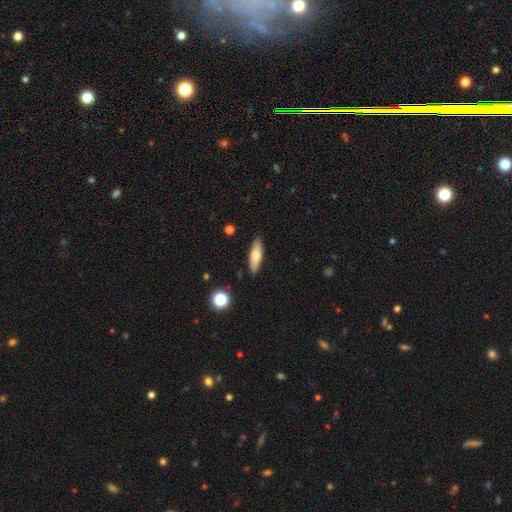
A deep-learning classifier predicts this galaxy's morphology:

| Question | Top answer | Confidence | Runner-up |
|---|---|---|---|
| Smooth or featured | smooth | 72% | featured or disk (22%) |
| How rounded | in between | 52% | cigar-shaped (45%) |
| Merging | none | 88% | minor disturbance (9%) |